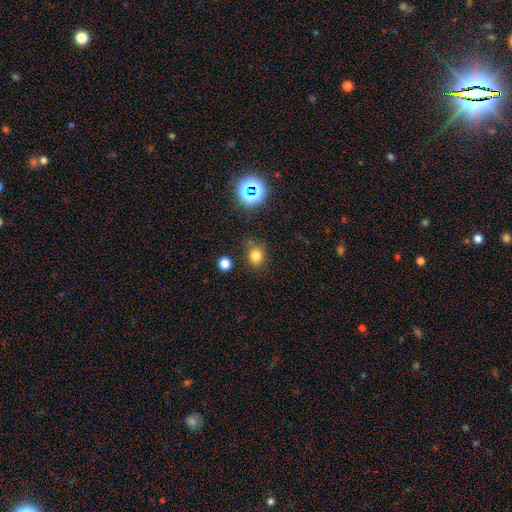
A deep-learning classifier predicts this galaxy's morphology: This is likely a smooth galaxy (76%). How rounded: likely round (70%). Merging: likely none (73%).